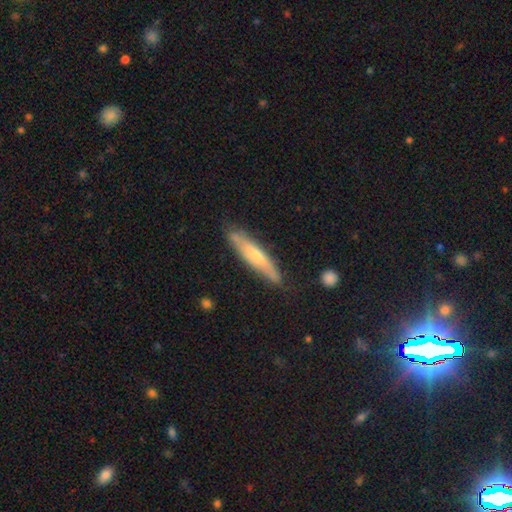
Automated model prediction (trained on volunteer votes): A smooth galaxy with no disk features (52%) that is cigar-shaped (87%). Merging: none (79%).